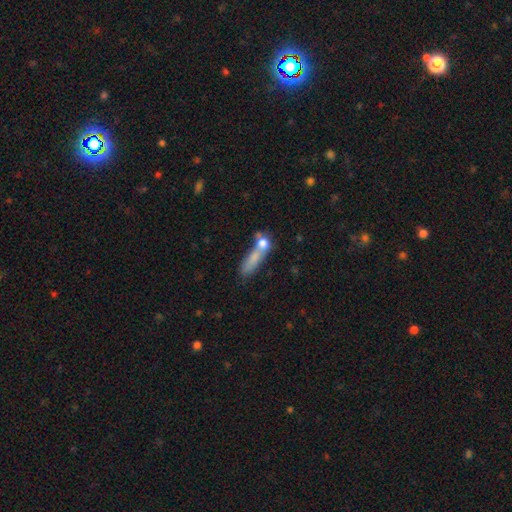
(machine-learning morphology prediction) Smooth or featured?
  - smooth: 66% *
  - featured or disk: 23%
  - star or artifact: 11%
How rounded?
  - cigar-shaped: 53% *
  - in between: 35%
  - round: 12%
Merging?
  - merger: 43% *
  - none: 33%
  - minor disturbance: 13%
  - major disturbance: 11%